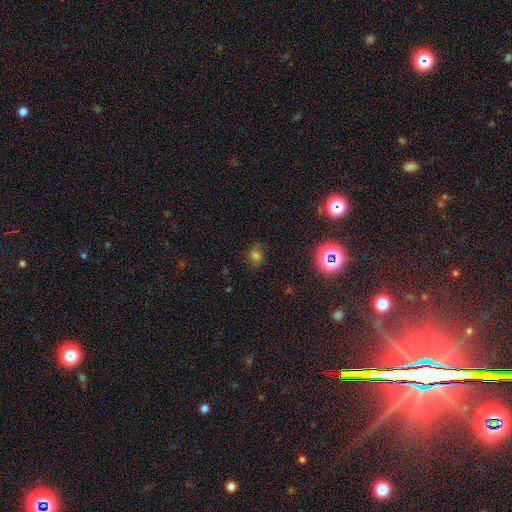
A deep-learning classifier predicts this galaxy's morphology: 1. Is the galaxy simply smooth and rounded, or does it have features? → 65% smooth, 26% star or artifact, 8% featured or disk.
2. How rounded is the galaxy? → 66% round, 33% in between, 1% cigar-shaped.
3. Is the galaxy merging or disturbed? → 77% none, 16% minor disturbance, 5% major disturbance, 2% merger.